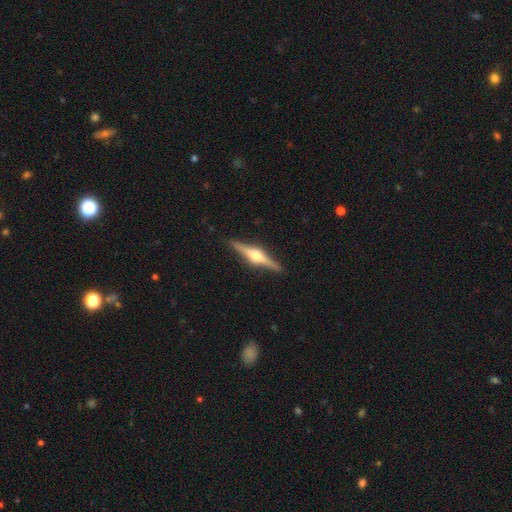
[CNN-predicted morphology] A featured or disk galaxy (81%) viewed edge-on (98%) with a rounded central bulge (93%). Merging: none (91%).